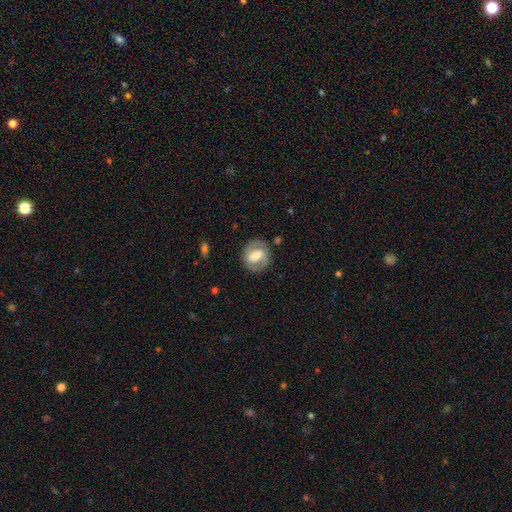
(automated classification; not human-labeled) A featured or disk galaxy (61%) with a weak bar (41%), spiral arms (71%) and a moderate central bulge (42%). Merging: none (79%).